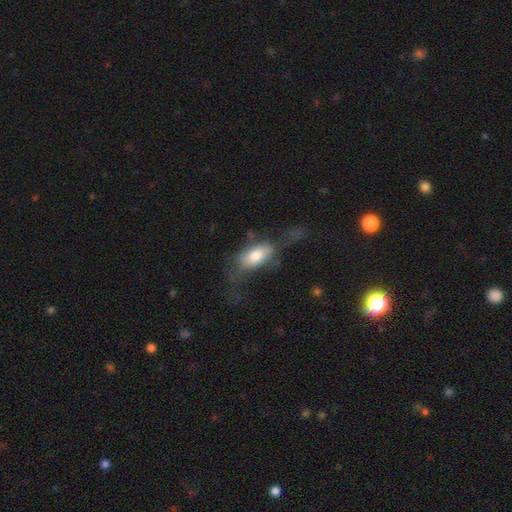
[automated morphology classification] Smooth or featured: smooth — 68% (featured or disk — 24%)
How rounded: in between — 85% (cigar-shaped — 10%)
Merging: major disturbance — 40% (none — 33%)